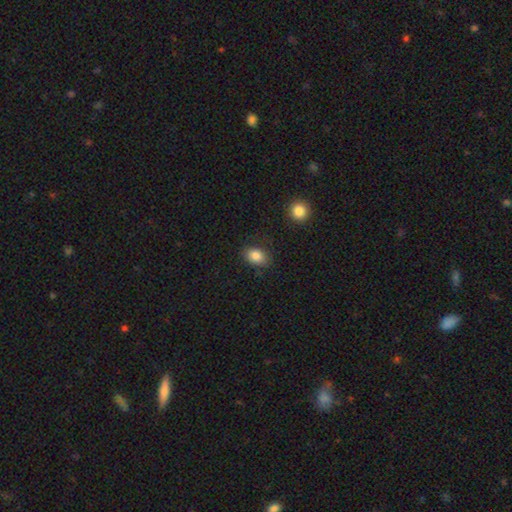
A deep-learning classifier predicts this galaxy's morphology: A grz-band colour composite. It shows a smooth galaxy with no disk features (85%) that is in between round and cigar-shaped (73%). Merging: none (81%).